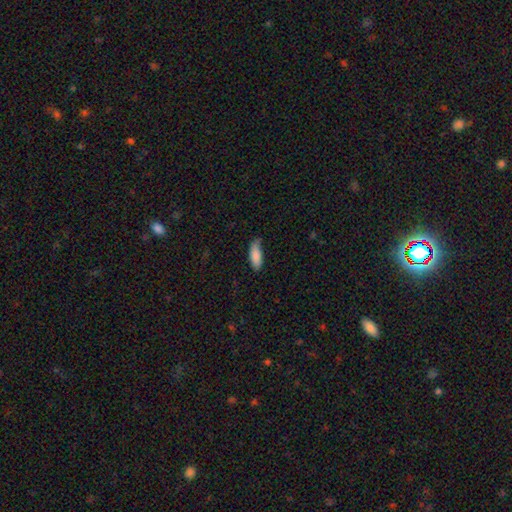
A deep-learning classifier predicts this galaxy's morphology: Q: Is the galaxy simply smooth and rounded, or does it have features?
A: smooth — 87%.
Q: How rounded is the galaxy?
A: in between — 72%.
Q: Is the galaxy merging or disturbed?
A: none — 61%.